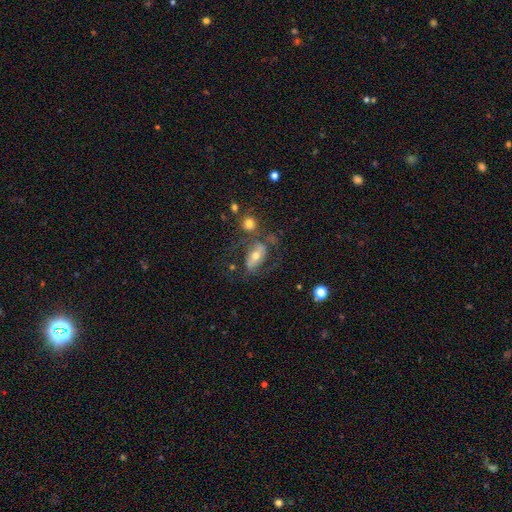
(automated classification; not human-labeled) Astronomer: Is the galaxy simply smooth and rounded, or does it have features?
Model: featured or disk — 56% (runner-up: smooth, 33%).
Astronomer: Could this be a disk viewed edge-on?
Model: no — 91%.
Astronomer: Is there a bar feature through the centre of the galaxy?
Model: no — 52%.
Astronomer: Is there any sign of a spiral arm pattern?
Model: yes — 61% (runner-up: no, 39%).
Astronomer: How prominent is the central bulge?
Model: moderate — 61%.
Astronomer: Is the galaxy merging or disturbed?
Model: none — 47% (runner-up: major disturbance, 22%).